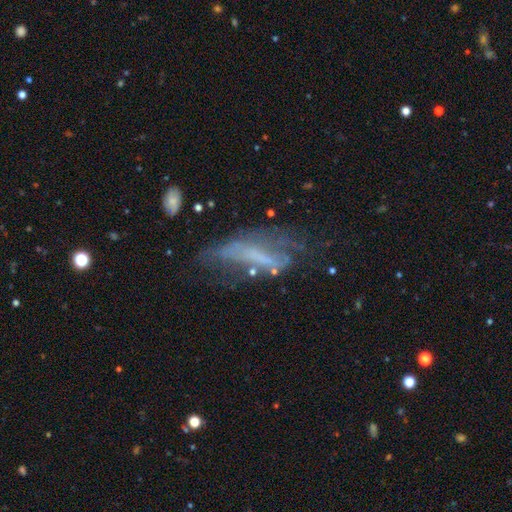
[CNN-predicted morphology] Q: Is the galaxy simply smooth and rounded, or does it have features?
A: featured or disk — 58%.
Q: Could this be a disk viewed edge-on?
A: no — 77%.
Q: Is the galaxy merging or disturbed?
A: none — 36%.